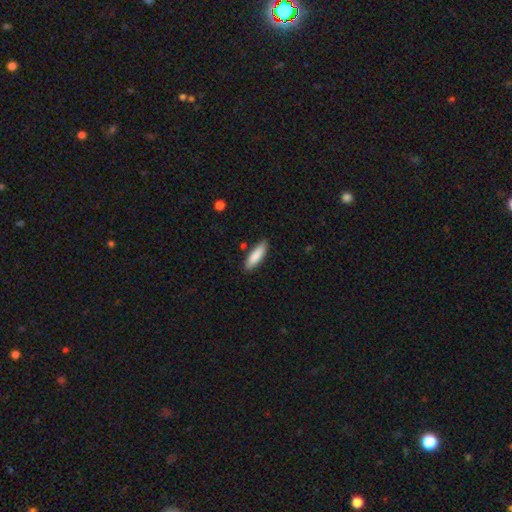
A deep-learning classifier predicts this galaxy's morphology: smooth 86%, featured or disk 9%, star or artifact 6%. Down the decision tree: how rounded — cigar-shaped (60%); merging — none (85%).